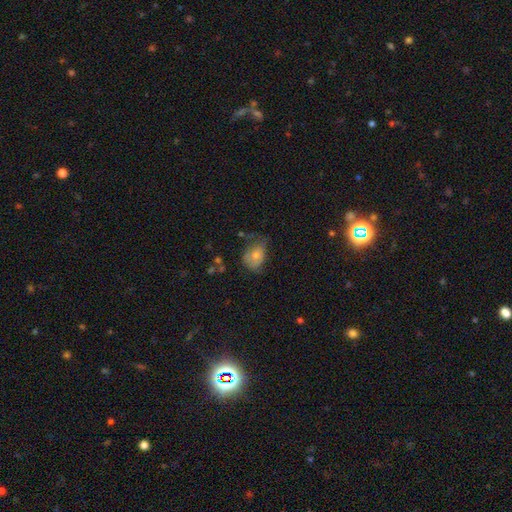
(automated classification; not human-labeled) Smooth or featured? Predicted: smooth (p=0.70). How rounded? Predicted: in between (p=0.71). Merging? Predicted: none (p=0.37, tied with minor disturbance).